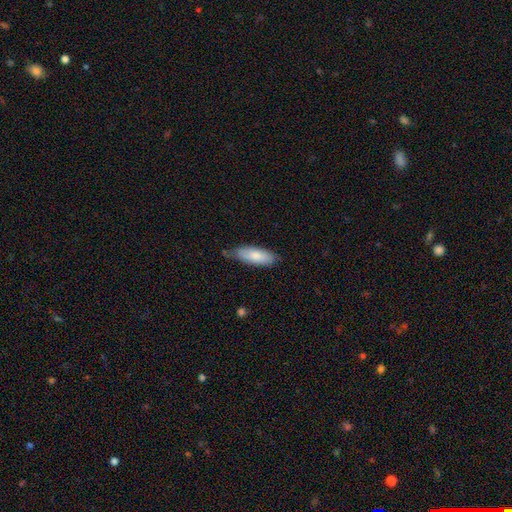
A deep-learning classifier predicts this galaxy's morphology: smooth-or-featured: smooth: 80% | featured or disk: 14% | star or artifact: 6%
  how-rounded: in between: 69% | cigar-shaped: 29% | round: 2%
  merging: none: 69% | minor disturbance: 25% | major disturbance: 4% | merger: 2%